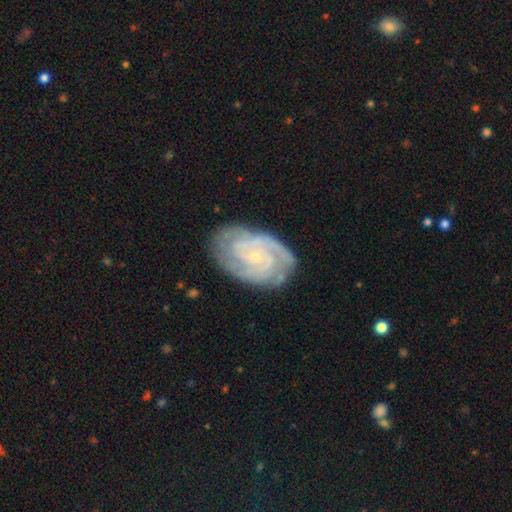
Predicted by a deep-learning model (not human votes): Q: Smooth or featured?
A: featured or disk (88%); runner-up: smooth (7%)
Q: Edge-on disk?
A: no (97%); runner-up: yes (3%)
Q: Bar?
A: no (67%); runner-up: weak (27%)
Q: Spiral arms?
A: yes (97%); runner-up: no (3%)
Q: Spiral winding?
A: tight (66%); runner-up: medium (29%)
Q: Spiral arm count?
A: 2 (34%); runner-up: 3 (29%)
Q: Bulge size?
A: small (82%); runner-up: moderate (14%)
Q: Merging?
A: none (78%); runner-up: minor disturbance (16%)